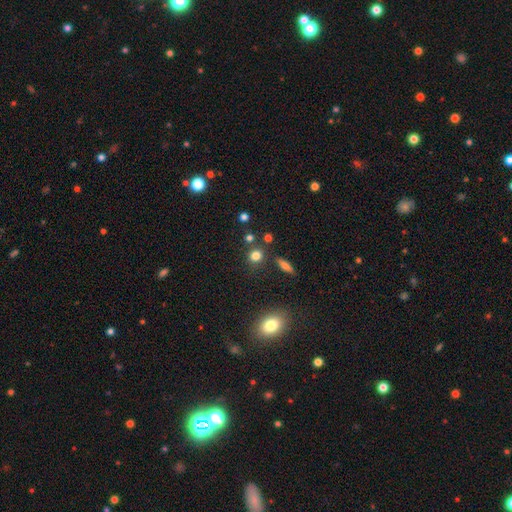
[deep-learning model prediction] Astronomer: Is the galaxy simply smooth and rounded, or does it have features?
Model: smooth — 79%.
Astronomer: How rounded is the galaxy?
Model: round — 78%.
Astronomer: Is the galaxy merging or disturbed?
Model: none — 77%.